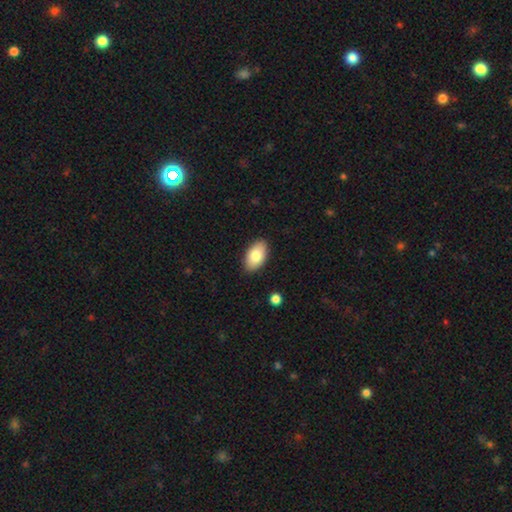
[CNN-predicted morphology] This appears to be a smooth galaxy with no disk features (82%) that is in between round and cigar-shaped (95%). Merging: none (88%).